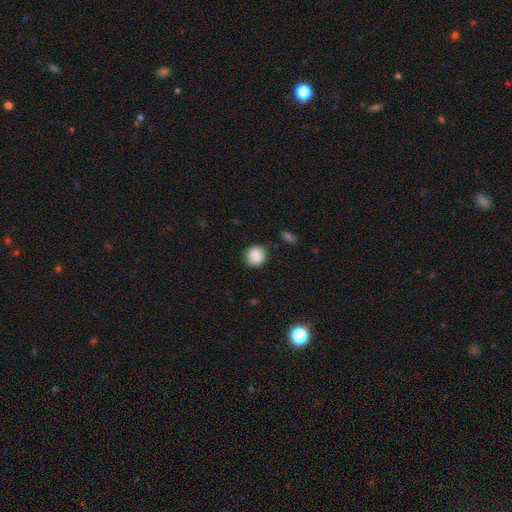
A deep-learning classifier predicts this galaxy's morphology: Q: Smooth or featured?
A: smooth (86%); runner-up: star or artifact (9%)
Q: How rounded?
A: round (85%); runner-up: in between (14%)
Q: Merging?
A: none (88%); runner-up: minor disturbance (9%)